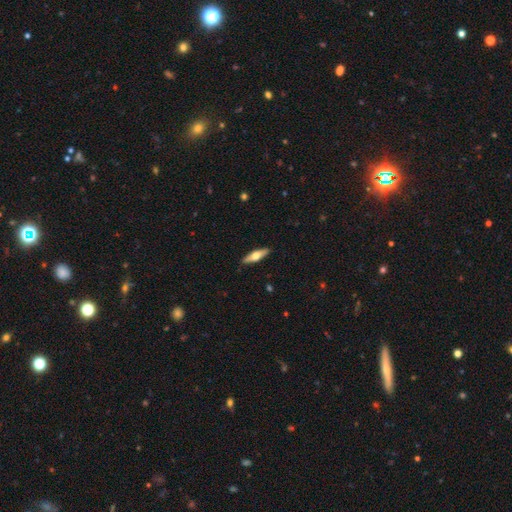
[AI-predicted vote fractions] Smooth or featured? Predicted: featured or disk (p=0.50). Merging? Predicted: none (p=0.90).